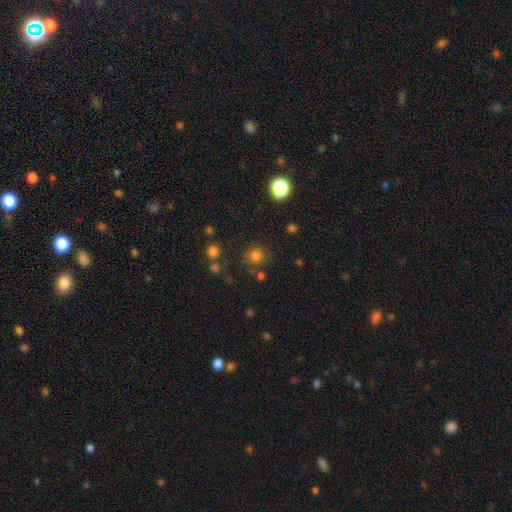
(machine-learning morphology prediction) This appears to be a smooth galaxy with no disk features (77%) that is round (87%). Merging: none (77%).